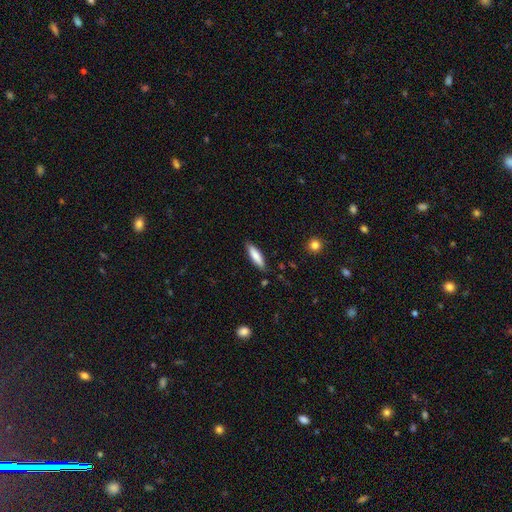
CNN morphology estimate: smooth-or-featured: smooth: 78% | featured or disk: 16% | star or artifact: 6%
  how-rounded: cigar-shaped: 67% | in between: 31% | round: 1%
  merging: none: 85% | minor disturbance: 12% | major disturbance: 2% | merger: 2%